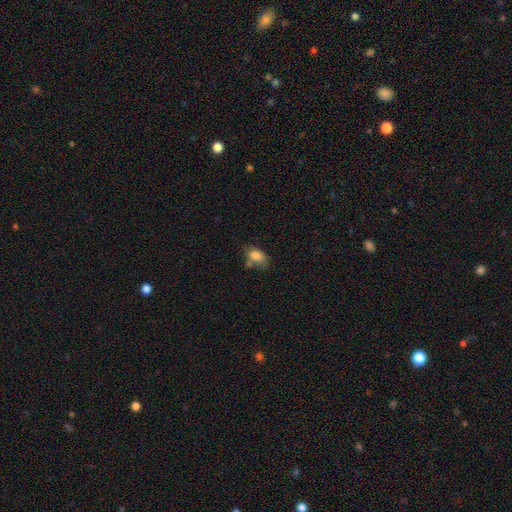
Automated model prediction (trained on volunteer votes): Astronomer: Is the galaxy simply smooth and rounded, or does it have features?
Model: smooth — 80%.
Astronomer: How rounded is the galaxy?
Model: in between — 82%.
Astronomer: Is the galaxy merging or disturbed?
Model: none — 47% (runner-up: minor disturbance, 26%).